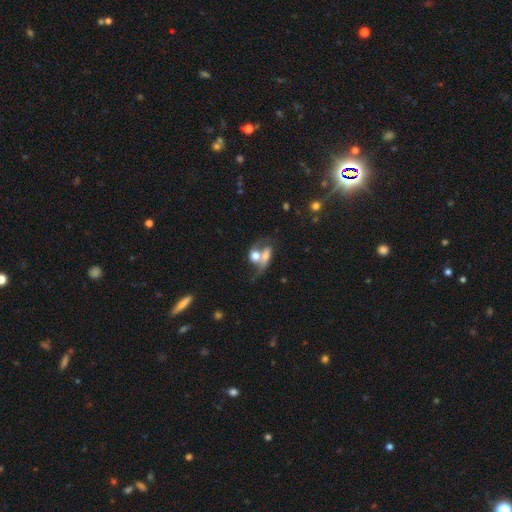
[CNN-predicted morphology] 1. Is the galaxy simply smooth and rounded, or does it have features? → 50% smooth, 40% featured or disk, 10% star or artifact.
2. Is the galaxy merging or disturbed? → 70% merger, 13% none, 10% major disturbance, 6% minor disturbance.